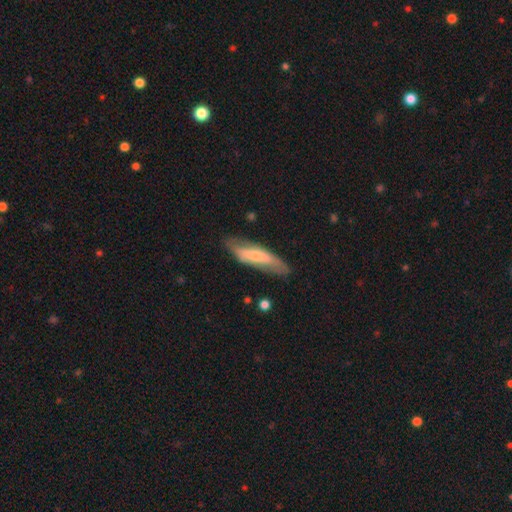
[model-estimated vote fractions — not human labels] smooth_or_featured: smooth (p=0.54) [alt: featured or disk p=0.40]
how_rounded: cigar-shaped (p=0.65) [alt: in between p=0.33]
merging: none (p=0.70) [alt: minor disturbance p=0.21]